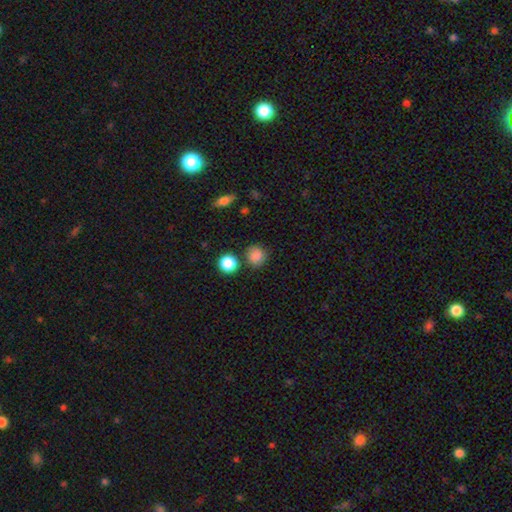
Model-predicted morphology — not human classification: The model was most divided on "merging": none: 76%, minor disturbance: 13%, merger: 7%, major disturbance: 4%. More confident: smooth or featured — smooth (85%); how rounded — round (83%).